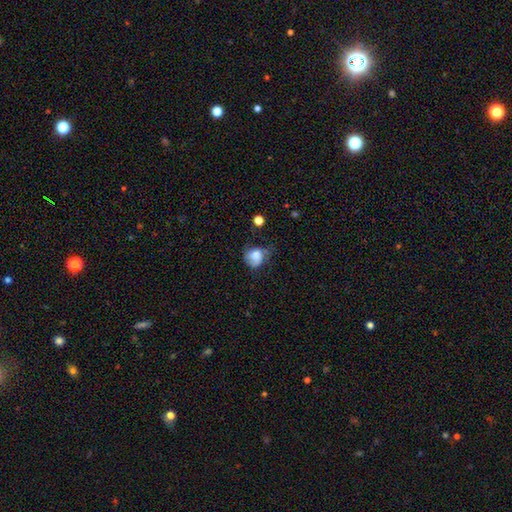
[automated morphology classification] This appears to be a smooth galaxy with no disk features (73%) that is round (66%). Merging: none (40%).